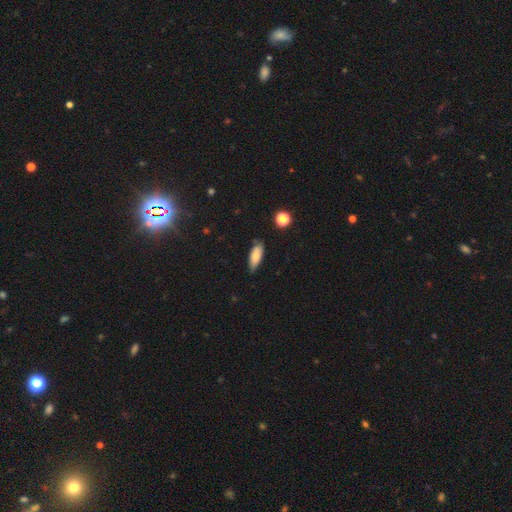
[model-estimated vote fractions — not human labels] smooth_or_featured: smooth (p=0.75) [alt: featured or disk p=0.17]
how_rounded: in between (p=0.70) [alt: cigar-shaped p=0.27]
merging: none (p=0.76) [alt: minor disturbance p=0.19]